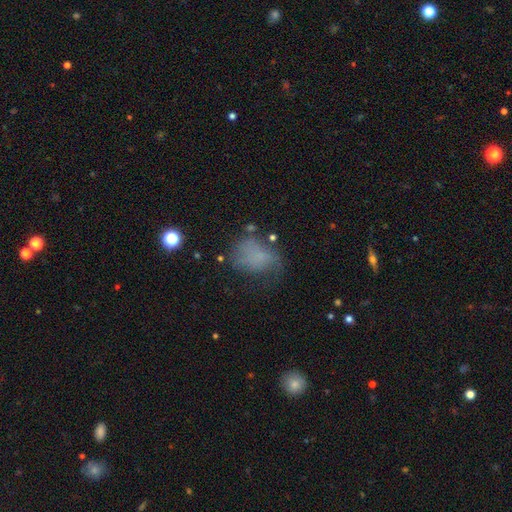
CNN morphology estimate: Q: Smooth or featured?
A: smooth (59%); runner-up: featured or disk (23%)
Q: How rounded?
A: in between (66%); runner-up: round (33%)
Q: Merging?
A: none (40%); runner-up: minor disturbance (28%)